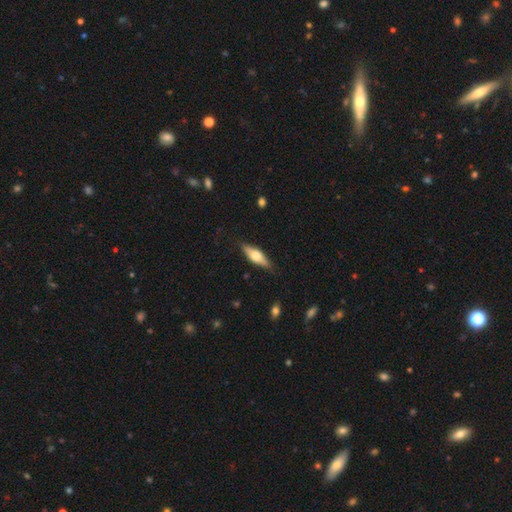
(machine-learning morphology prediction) smooth-or-featured: smooth: 49% | featured or disk: 45% | star or artifact: 6%
  merging: none: 85% | minor disturbance: 12% | major disturbance: 2% | merger: 1%